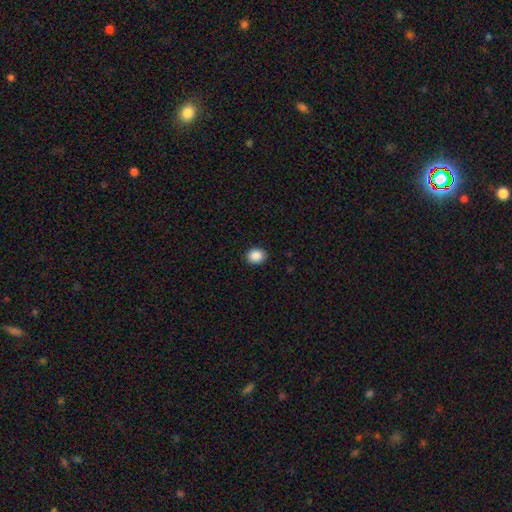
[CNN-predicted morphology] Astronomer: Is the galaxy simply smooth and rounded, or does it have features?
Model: smooth — 89%.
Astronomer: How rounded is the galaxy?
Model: round — 54% (runner-up: in between, 45%).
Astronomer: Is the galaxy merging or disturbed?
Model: none — 89%.